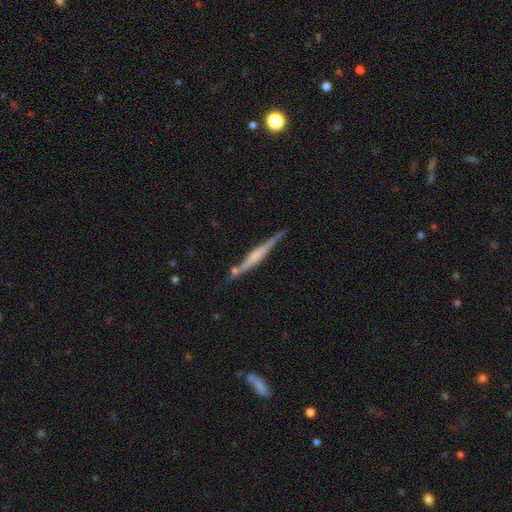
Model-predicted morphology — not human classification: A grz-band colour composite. It shows a featured or disk galaxy (66%) viewed edge-on (98%) with a rounded central bulge (40%). Merging: none (80%).